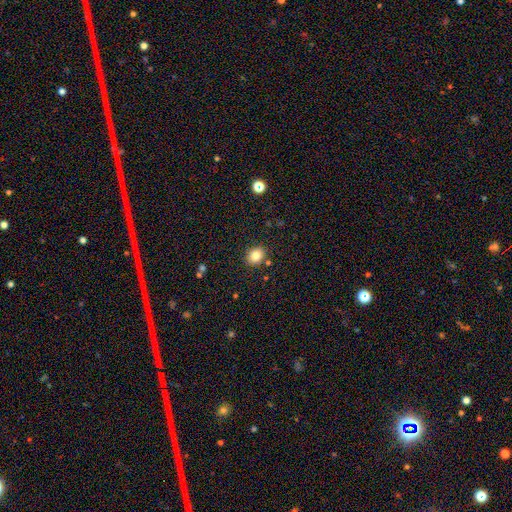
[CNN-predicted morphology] smooth_or_featured: smooth (p=0.82) [alt: star or artifact p=0.11]
how_rounded: round (p=0.61) [alt: in between p=0.39]
merging: none (p=0.86) [alt: minor disturbance p=0.08]